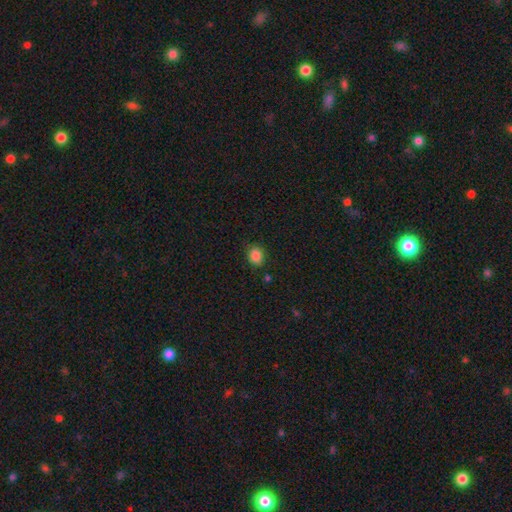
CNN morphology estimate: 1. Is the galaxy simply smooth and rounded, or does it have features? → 86% smooth, 10% star or artifact, 4% featured or disk.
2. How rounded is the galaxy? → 52% round, 47% in between, 1% cigar-shaped.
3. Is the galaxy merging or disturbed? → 84% none, 11% minor disturbance, 3% major disturbance, 2% merger.